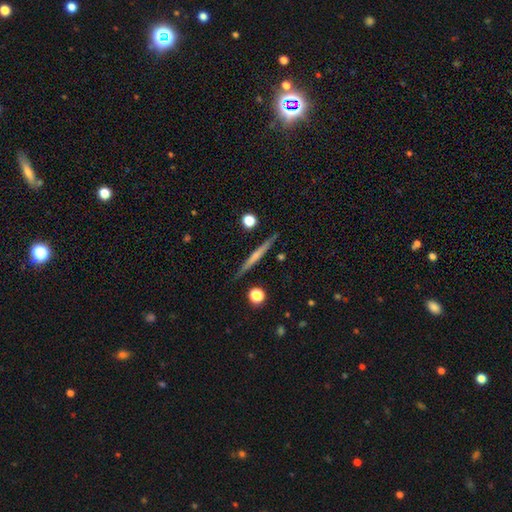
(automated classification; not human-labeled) Q: Smooth or featured?
A: featured or disk (53%); runner-up: smooth (41%)
Q: Edge-on disk?
A: yes (97%); runner-up: no (3%)
Q: Edge-on bulge?
A: none (70%); runner-up: rounded (24%)
Q: Merging?
A: none (90%); runner-up: minor disturbance (7%)